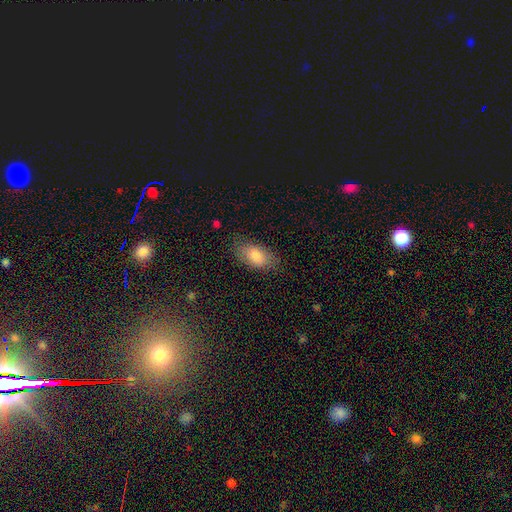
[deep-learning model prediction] Q: Smooth or featured?
A: smooth (80%); runner-up: featured or disk (12%)
Q: How rounded?
A: in between (91%); runner-up: cigar-shaped (5%)
Q: Merging?
A: none (80%); runner-up: minor disturbance (15%)